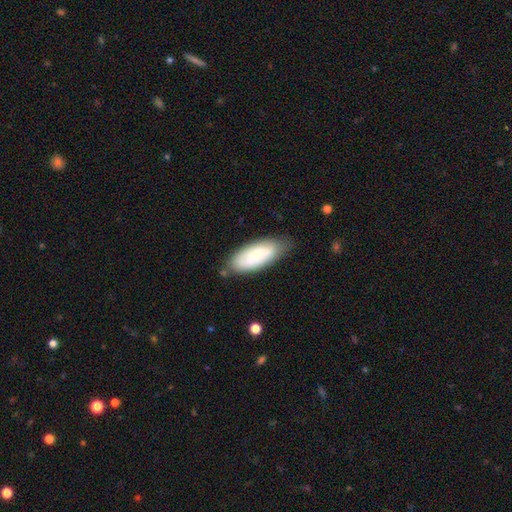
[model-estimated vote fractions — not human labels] Morphology: type=smooth (69%); roundness=in between (81%); merging=none (72%).